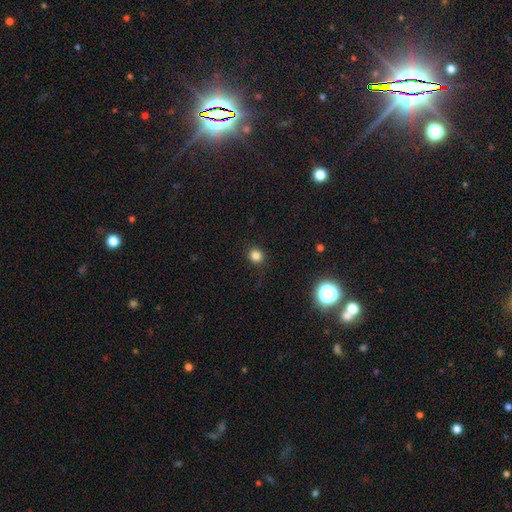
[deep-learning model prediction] Smooth or featured? Predicted: smooth (p=0.82). How rounded? Predicted: round (p=0.86). Merging? Predicted: none (p=0.89).